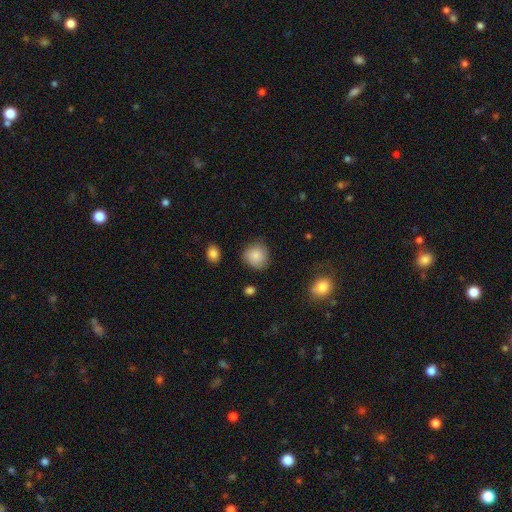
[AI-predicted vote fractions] Smooth or featured?
  - smooth: 85% *
  - star or artifact: 8%
  - featured or disk: 7%
How rounded?
  - round: 84% *
  - in between: 15%
  - cigar-shaped: 1%
Merging?
  - none: 76% *
  - minor disturbance: 18%
  - major disturbance: 4%
  - merger: 2%